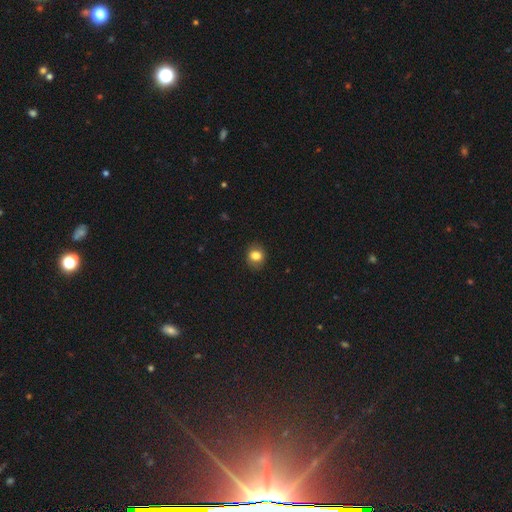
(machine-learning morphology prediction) Smooth or featured? Predicted: smooth (p=0.82). How rounded? Predicted: round (p=0.64). Merging? Predicted: none (p=0.86).